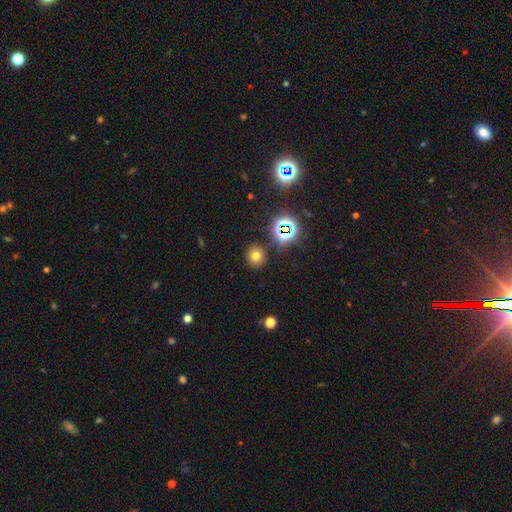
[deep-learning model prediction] This appears to be a smooth galaxy with no disk features (67%) that is round (86%). Merging: none (87%).